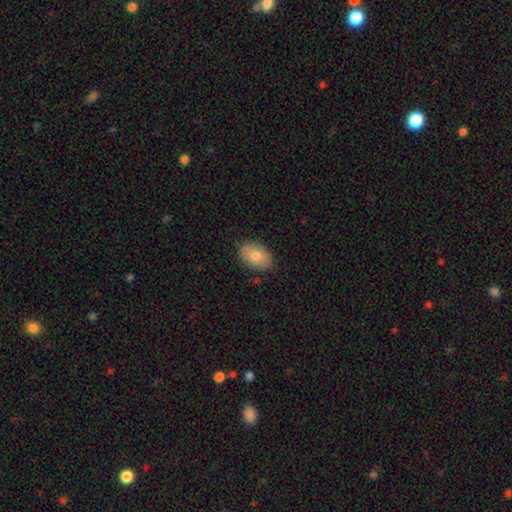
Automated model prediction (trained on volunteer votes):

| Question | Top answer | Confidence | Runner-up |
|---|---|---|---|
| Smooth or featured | smooth | 80% | featured or disk (13%) |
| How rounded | in between | 86% | round (13%) |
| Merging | none | 86% | minor disturbance (11%) |